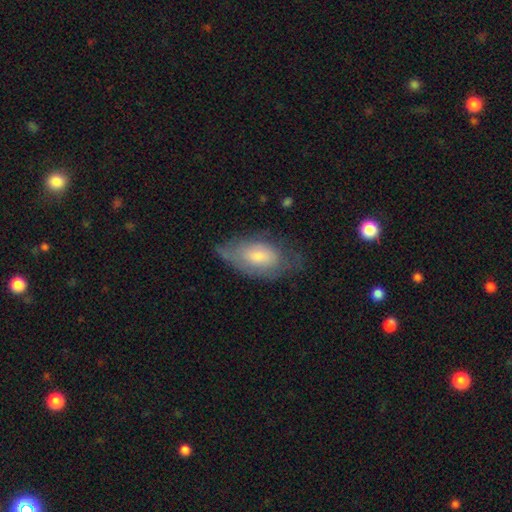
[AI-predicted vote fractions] smooth-or-featured: smooth: 54% | featured or disk: 39% | star or artifact: 7%
  how-rounded: in between: 91% | cigar-shaped: 5% | round: 4%
  merging: none: 51% | minor disturbance: 32% | major disturbance: 15% | merger: 2%